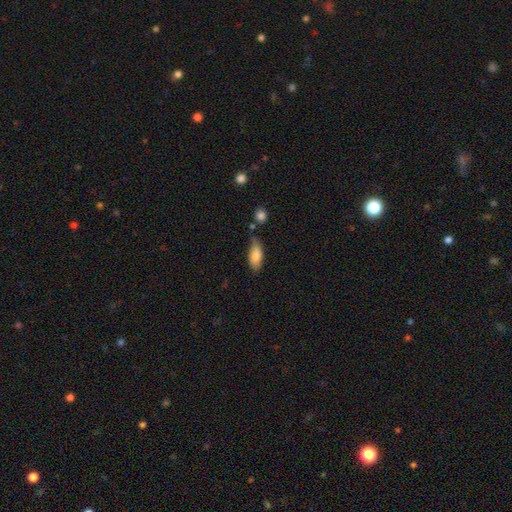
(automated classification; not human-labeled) This is clearly a smooth galaxy (83%). How rounded: clearly in between (83%). Merging: likely none (64%).